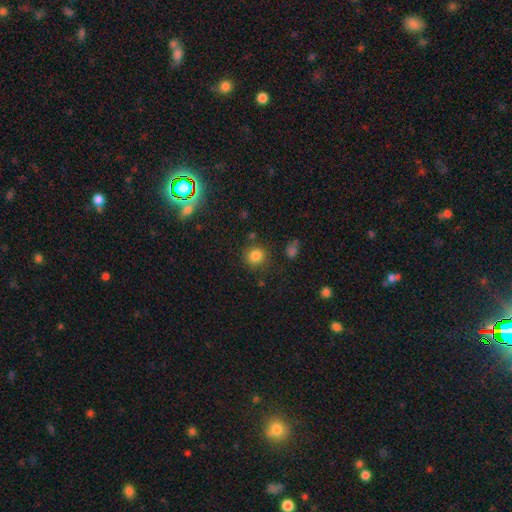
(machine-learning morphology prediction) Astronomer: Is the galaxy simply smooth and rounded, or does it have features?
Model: smooth — 83%.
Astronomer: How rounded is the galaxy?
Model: round — 88%.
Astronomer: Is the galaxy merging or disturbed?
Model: none — 82%.